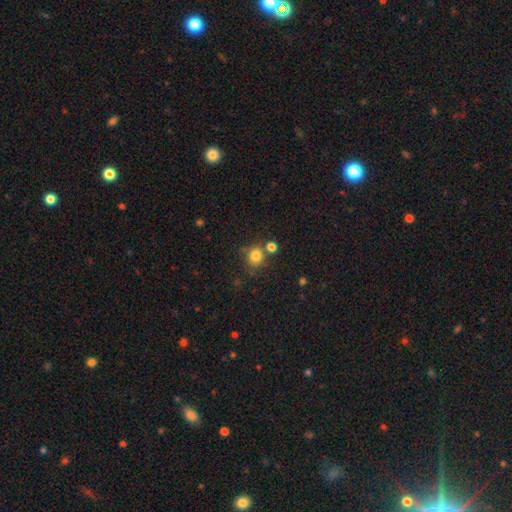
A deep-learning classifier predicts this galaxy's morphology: A smooth galaxy with no disk features (81%) that is round (84%). Merging: none (69%).